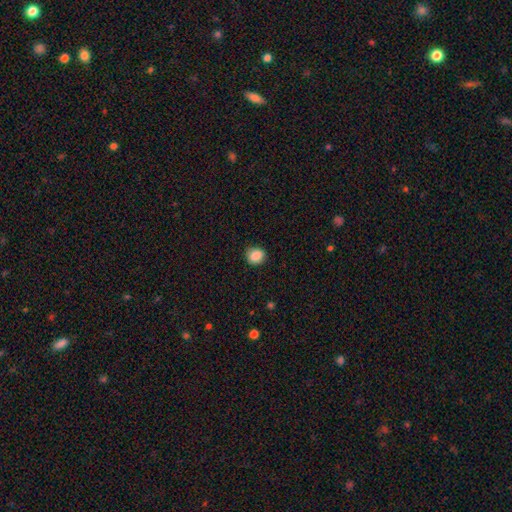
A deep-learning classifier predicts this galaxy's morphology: Smooth or featured? smooth (87%)
How rounded? round (69%)
Merging? none (87%)